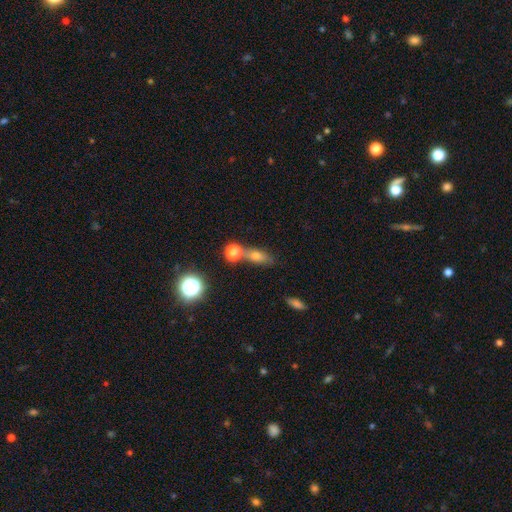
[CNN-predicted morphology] This is likely a smooth galaxy (66%). How rounded: possibly in between (57%). Merging: possibly none (54%).